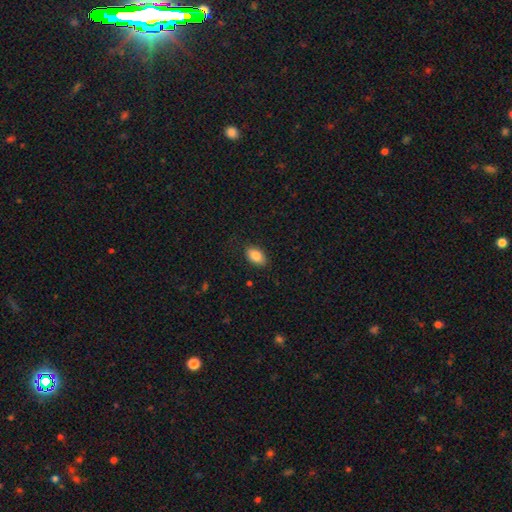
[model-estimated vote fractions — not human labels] Q: Smooth or featured?
A: smooth (85%); runner-up: star or artifact (8%)
Q: How rounded?
A: in between (91%); runner-up: round (7%)
Q: Merging?
A: none (85%); runner-up: minor disturbance (11%)